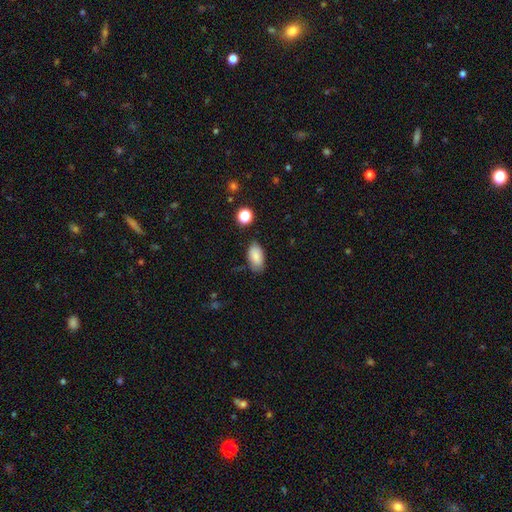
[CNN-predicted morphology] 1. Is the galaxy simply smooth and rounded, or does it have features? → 85% smooth, 8% star or artifact, 7% featured or disk.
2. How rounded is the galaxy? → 94% in between, 4% round, 3% cigar-shaped.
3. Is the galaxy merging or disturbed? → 76% none, 18% minor disturbance, 4% major disturbance, 3% merger.